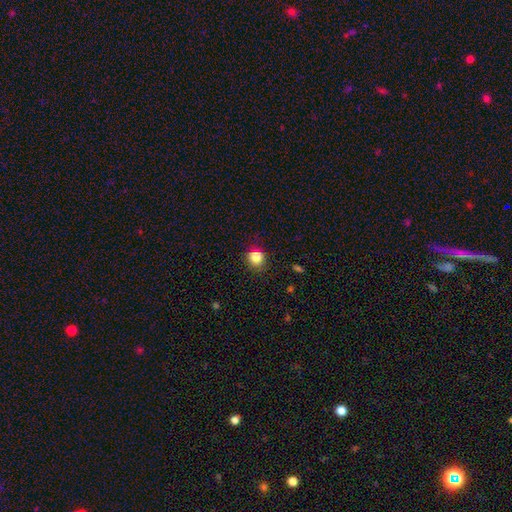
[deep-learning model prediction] Overall: smooth (84%). How rounded: round (89%). Merging: none (85%).